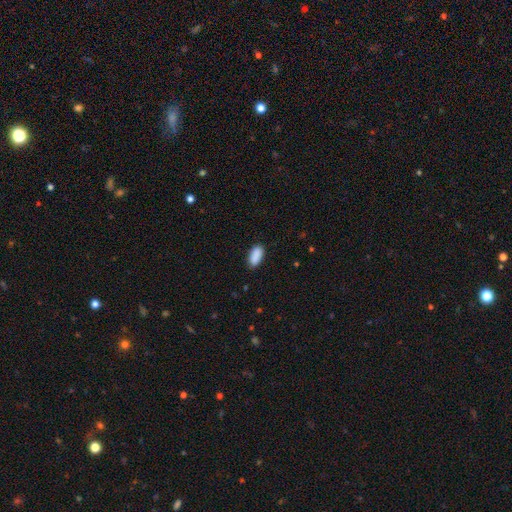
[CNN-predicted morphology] smooth-or-featured: smooth: 90% | star or artifact: 7% | featured or disk: 3%
  how-rounded: in between: 92% | cigar-shaped: 5% | round: 2%
  merging: none: 86% | minor disturbance: 11% | major disturbance: 2% | merger: 1%